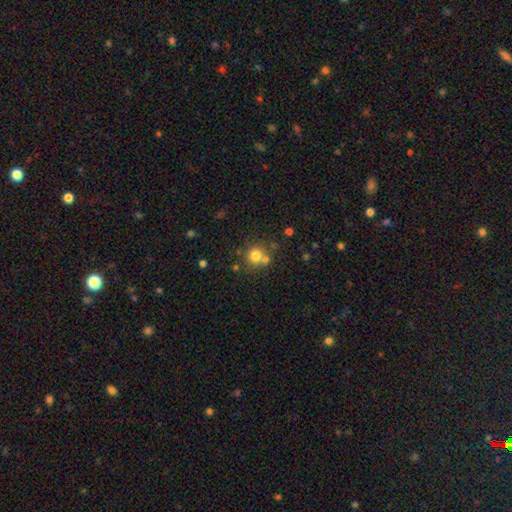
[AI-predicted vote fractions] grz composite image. It shows a smooth galaxy with no disk features (76%) that is round (90%). Merging: none (64%).